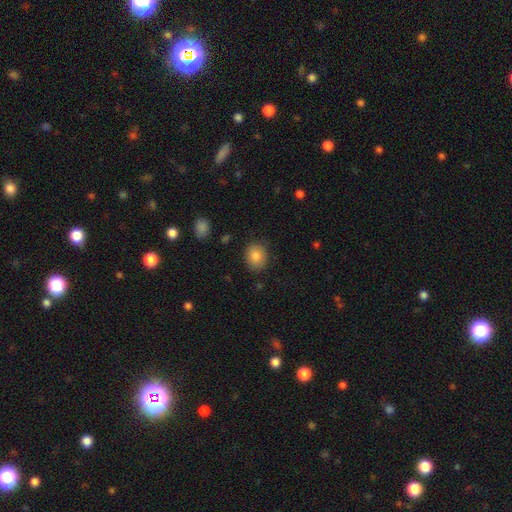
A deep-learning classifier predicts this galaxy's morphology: This is clearly a smooth galaxy (85%). How rounded: possibly round (59%). Merging: clearly none (84%).